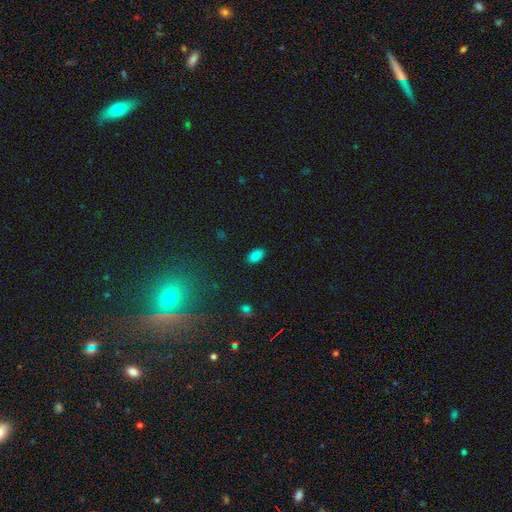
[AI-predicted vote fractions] smooth-or-featured: smooth: 85% | star or artifact: 11% | featured or disk: 4%
  how-rounded: in between: 93% | round: 5% | cigar-shaped: 2%
  merging: none: 88% | minor disturbance: 8% | major disturbance: 2% | merger: 1%